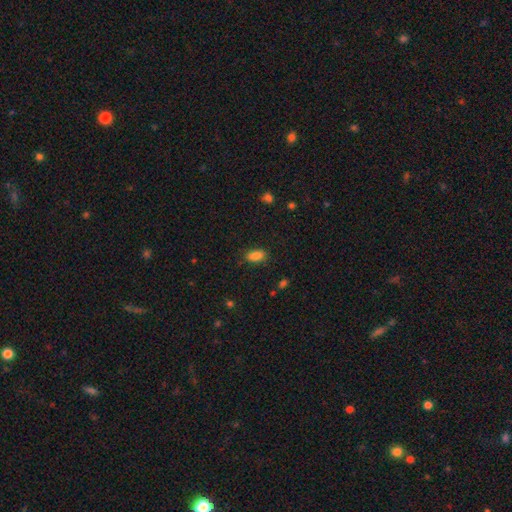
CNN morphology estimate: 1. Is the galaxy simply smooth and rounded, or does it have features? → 86% smooth, 9% star or artifact, 5% featured or disk.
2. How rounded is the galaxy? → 90% in between, 6% round, 4% cigar-shaped.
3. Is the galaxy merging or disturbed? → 84% none, 11% minor disturbance, 3% major disturbance, 1% merger.